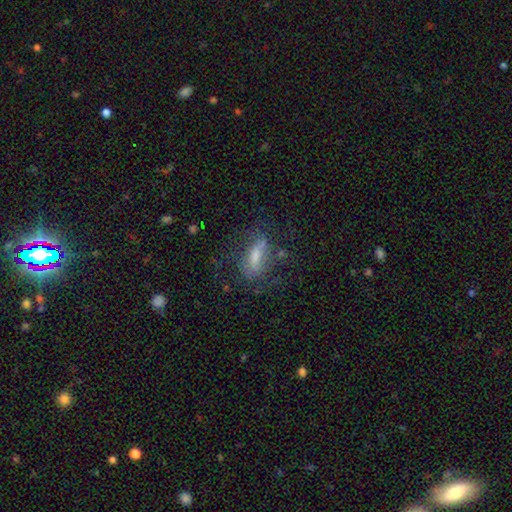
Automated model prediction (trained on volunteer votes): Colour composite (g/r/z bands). It shows a smooth galaxy with no disk features (45%). Merging: none (57%).